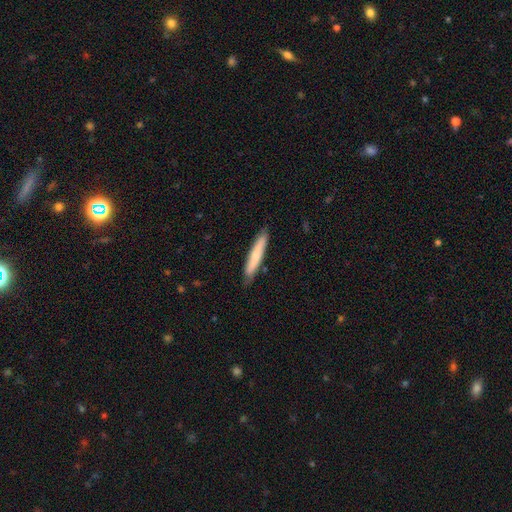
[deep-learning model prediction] Overall: smooth (68%). How rounded: cigar-shaped (93%). Merging: none (86%).